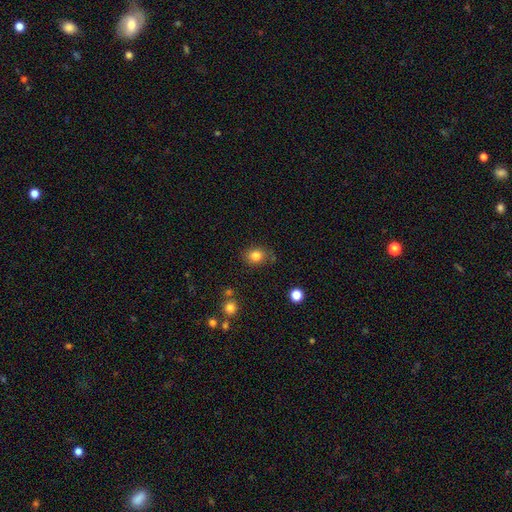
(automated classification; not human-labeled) Smooth or featured: smooth — 83% (star or artifact — 10%)
How rounded: in between — 54% (round — 45%)
Merging: none — 74% (minor disturbance — 17%)